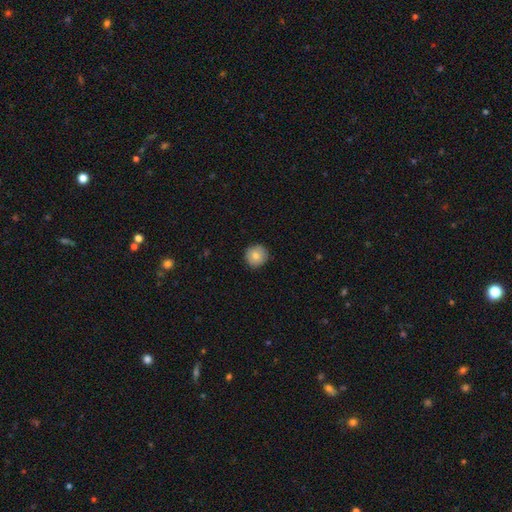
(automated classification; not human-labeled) Overall: smooth (82%). How rounded: round (95%). Merging: none (90%).